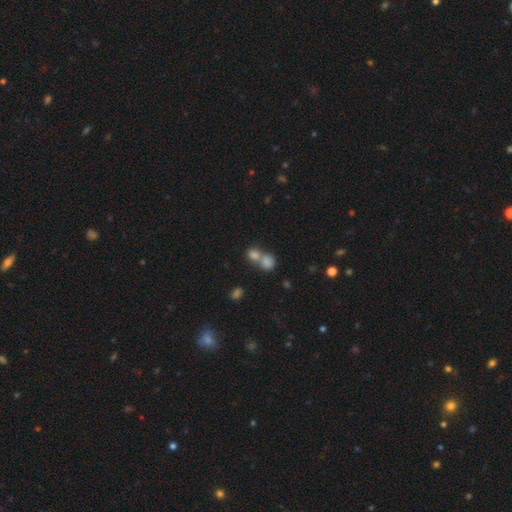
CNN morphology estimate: smooth_or_featured: smooth (p=0.66) [alt: star or artifact p=0.23]
how_rounded: round (p=0.69) [alt: in between p=0.29]
merging: merger (p=0.52) [alt: none p=0.38]